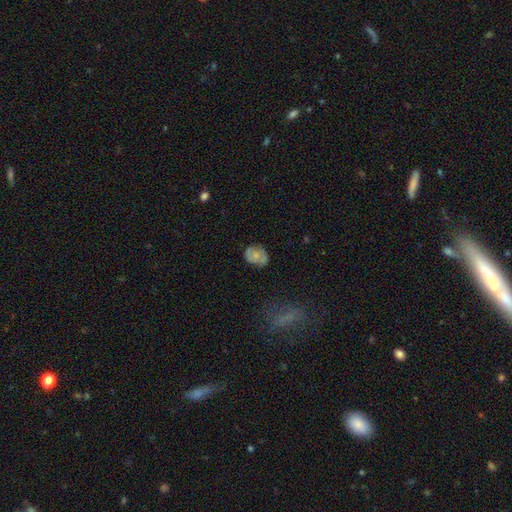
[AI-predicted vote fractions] Smooth or featured?
  - smooth: 51% *
  - featured or disk: 41%
  - star or artifact: 8%
How rounded?
  - in between: 53% *
  - round: 46%
  - cigar-shaped: 1%
Merging?
  - none: 64% *
  - minor disturbance: 26%
  - major disturbance: 8%
  - merger: 2%